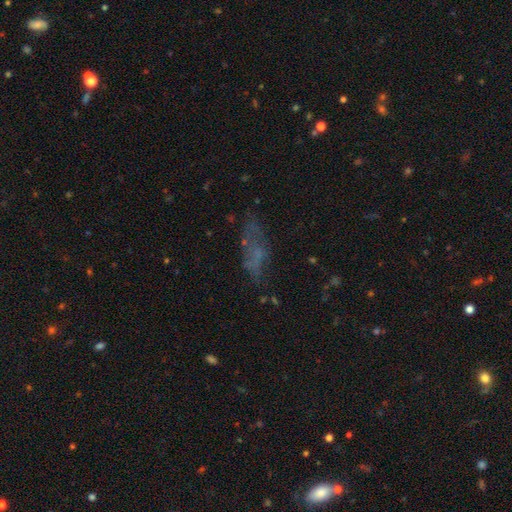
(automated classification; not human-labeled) This appears to be a smooth galaxy with no disk features (44%). Merging: none (52%).